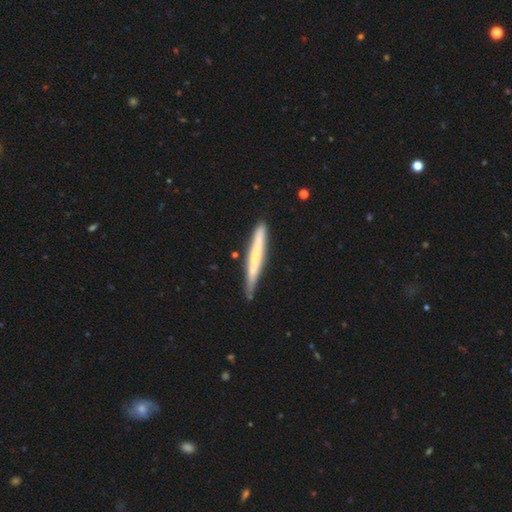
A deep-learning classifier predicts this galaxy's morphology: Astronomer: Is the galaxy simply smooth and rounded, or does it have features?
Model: smooth — 49% (runner-up: featured or disk, 45%).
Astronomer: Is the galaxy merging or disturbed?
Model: none — 80%.